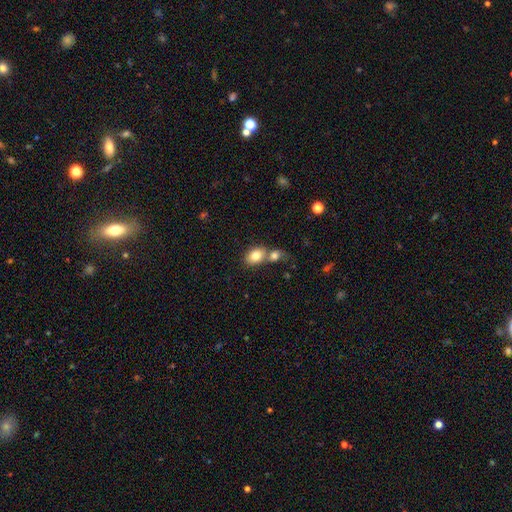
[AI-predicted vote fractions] Smooth or featured?
  - smooth: 80% *
  - featured or disk: 11%
  - star or artifact: 8%
How rounded?
  - in between: 73% *
  - round: 26%
  - cigar-shaped: 1%
Merging?
  - merger: 49% *
  - none: 39%
  - minor disturbance: 9%
  - major disturbance: 4%